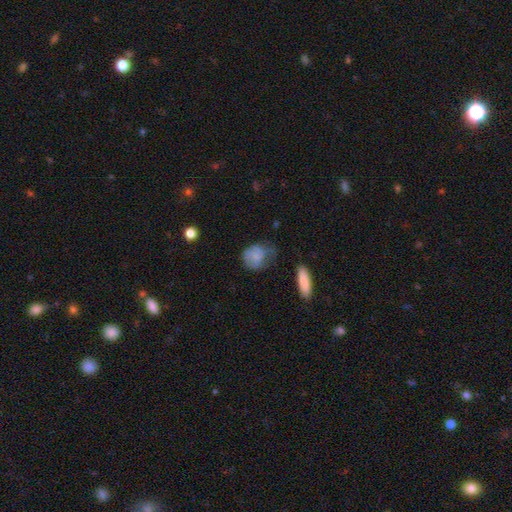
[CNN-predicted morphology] Smooth or featured? smooth (75%)
How rounded? round (57%)
Merging? none (43%)